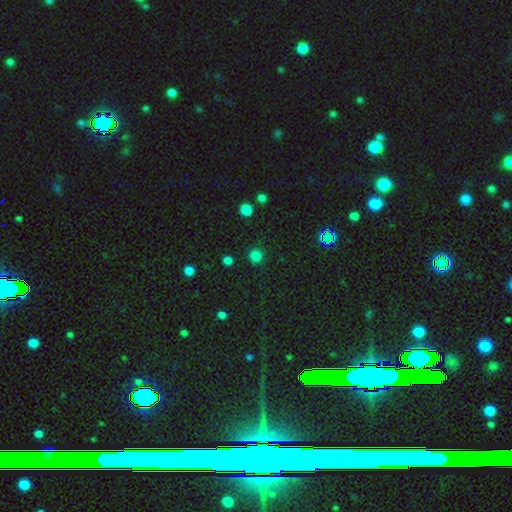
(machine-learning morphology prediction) Overall: smooth (79%). How rounded: round (94%). Merging: none (90%).